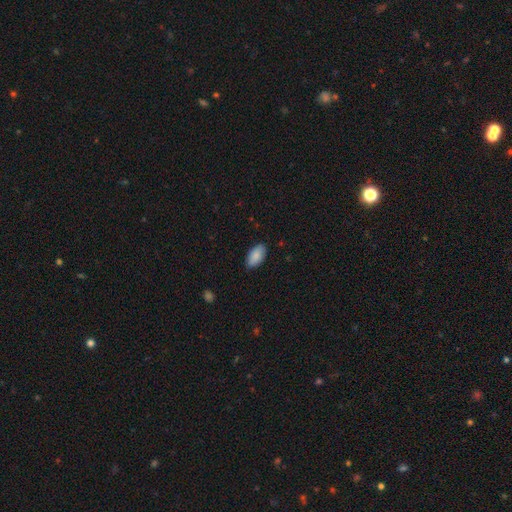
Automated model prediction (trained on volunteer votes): This appears to be a smooth galaxy with no disk features (87%) that is in between round and cigar-shaped (95%). Merging: none (86%).